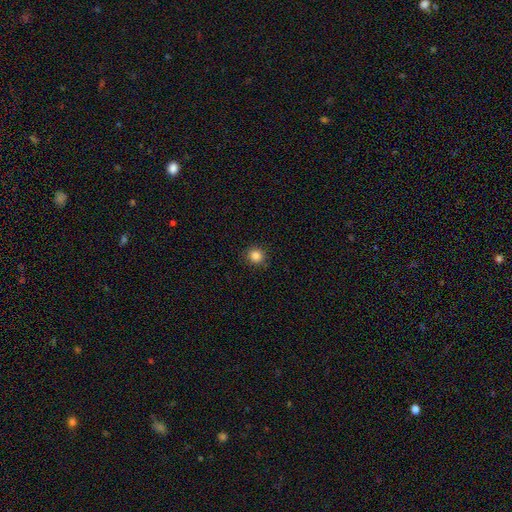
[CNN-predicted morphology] Smooth or featured? Predicted: smooth (p=0.85). How rounded? Predicted: round (p=0.93). Merging? Predicted: none (p=0.90).